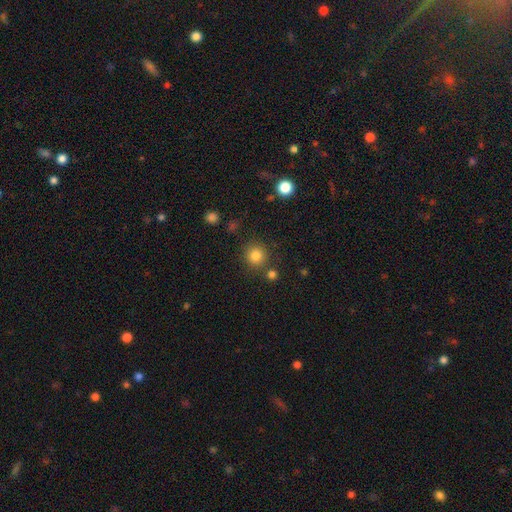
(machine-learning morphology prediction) Q: Smooth or featured?
A: smooth (82%); runner-up: star or artifact (12%)
Q: How rounded?
A: round (92%); runner-up: in between (7%)
Q: Merging?
A: none (82%); runner-up: minor disturbance (8%)